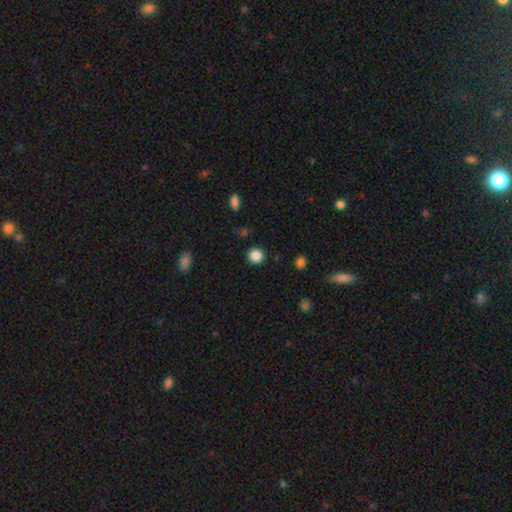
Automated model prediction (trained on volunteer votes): A smooth galaxy with no disk features (86%) that is round (93%).

Vote fractions:
- Smooth or featured? smooth: 86% / star or artifact: 11% / featured or disk: 3%
- How rounded? round: 93% / in between: 6% / cigar-shaped: 1%
- Merging? none: 91% / minor disturbance: 6% / major disturbance: 2% / merger: 2%